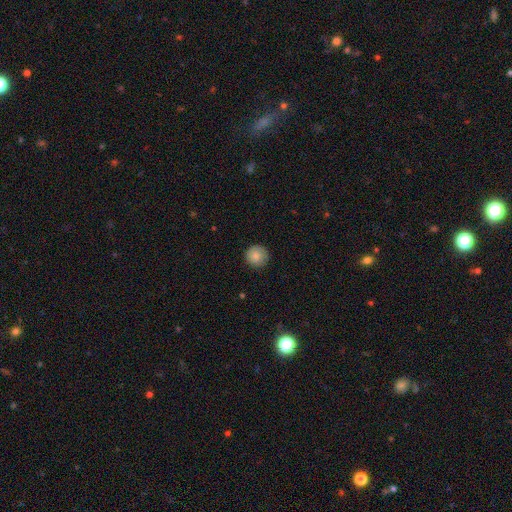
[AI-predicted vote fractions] smooth_or_featured: smooth (p=0.83) [alt: featured or disk p=0.09]
how_rounded: round (p=0.95) [alt: in between p=0.04]
merging: none (p=0.88) [alt: minor disturbance p=0.09]